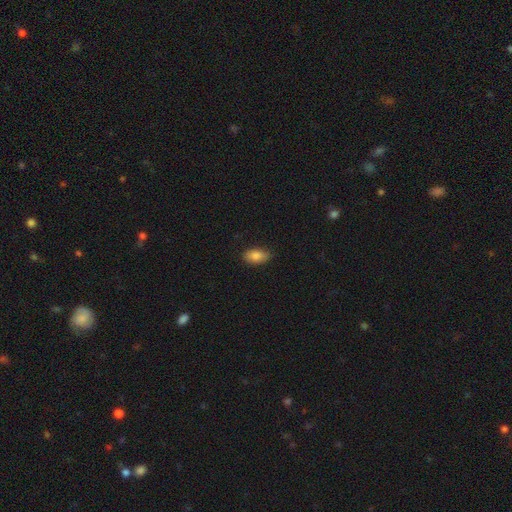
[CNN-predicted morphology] smooth 86%, star or artifact 8%, featured or disk 7%. Down the decision tree: how rounded — in between (91%); merging — none (84%).